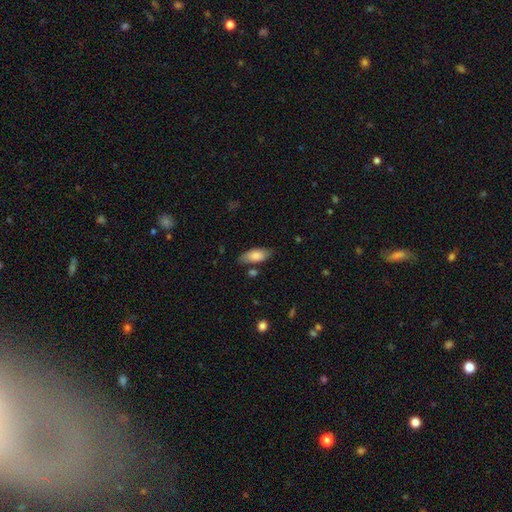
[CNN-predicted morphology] Smooth or featured? smooth (81%)
How rounded? in between (86%)
Merging? none (72%)